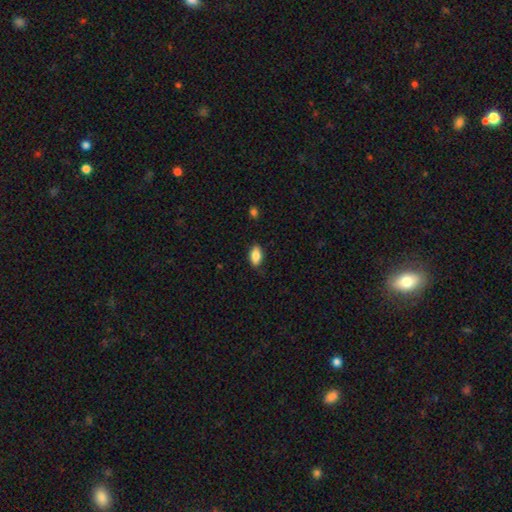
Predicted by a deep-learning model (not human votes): Smooth or featured: smooth — 84% (featured or disk — 9%)
How rounded: in between — 90% (cigar-shaped — 6%)
Merging: none — 81% (minor disturbance — 15%)